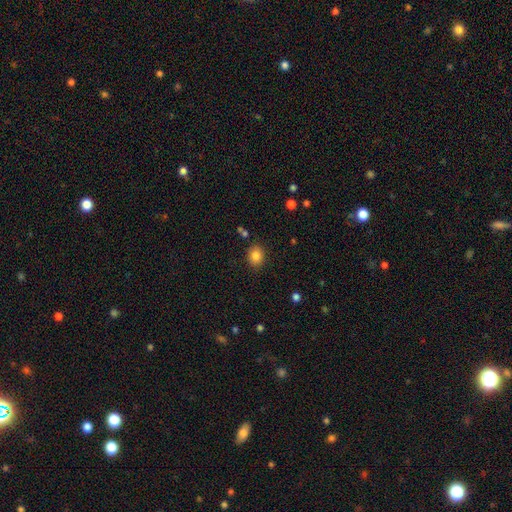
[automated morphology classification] Smooth or featured? Predicted: smooth (p=0.85). How rounded? Predicted: round (p=0.53). Merging? Predicted: none (p=0.87).